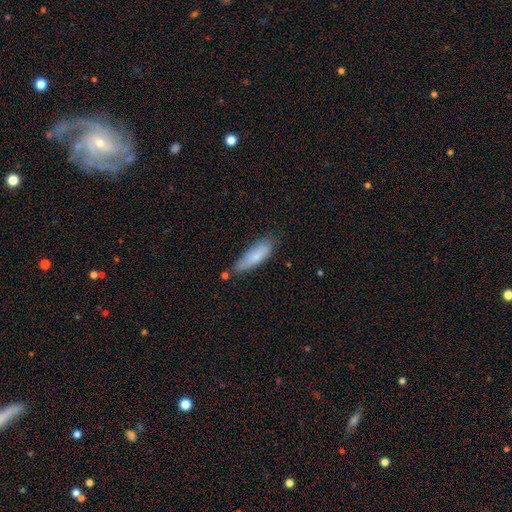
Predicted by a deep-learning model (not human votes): Smooth or featured? smooth (78%)
How rounded? cigar-shaped (52%)
Merging? none (64%)